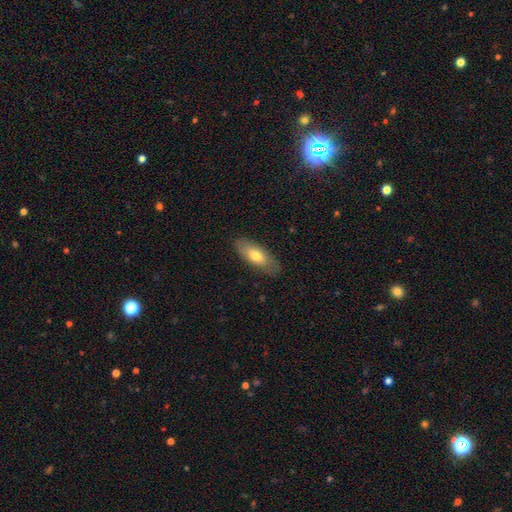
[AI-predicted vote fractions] This appears to be a smooth galaxy with no disk features (70%) that is in between round and cigar-shaped (76%). Merging: none (84%).